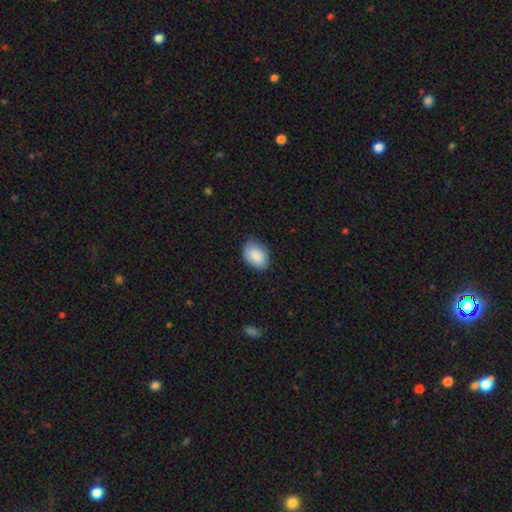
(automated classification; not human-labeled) The model was most divided on "merging": none: 80%, minor disturbance: 17%, major disturbance: 3%, merger: 1%. More confident: smooth or featured — smooth (88%); how rounded — in between (83%).